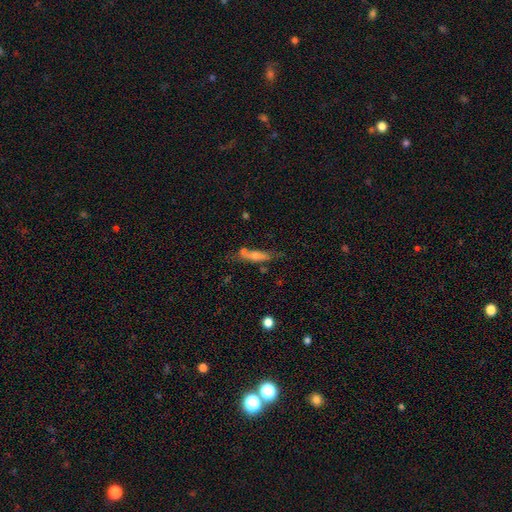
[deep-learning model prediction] smooth-or-featured: featured or disk: 49% | smooth: 38% | star or artifact: 13%
  merging: none: 61% | minor disturbance: 20% | merger: 10% | major disturbance: 9%